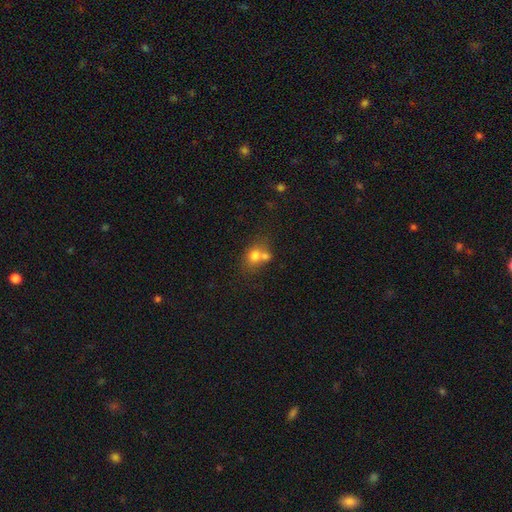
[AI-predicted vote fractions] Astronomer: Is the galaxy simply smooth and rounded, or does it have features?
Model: smooth — 73%.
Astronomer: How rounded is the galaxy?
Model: round — 63%.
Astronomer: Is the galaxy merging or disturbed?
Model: merger — 54% (runner-up: none, 33%).